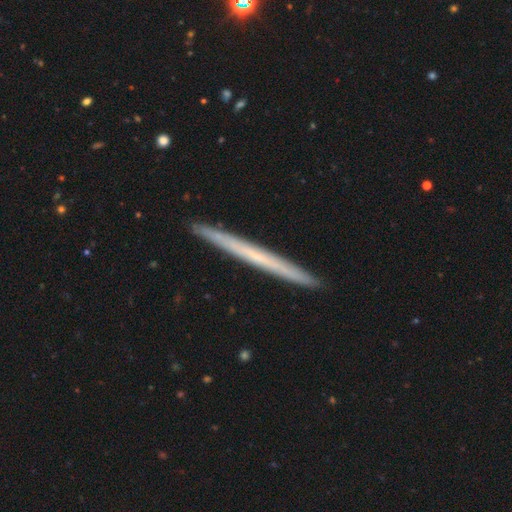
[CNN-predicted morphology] A featured or disk galaxy (56%) viewed edge-on (97%) with no central bulge (89%).

Vote fractions:
- Smooth or featured? featured or disk: 56% / smooth: 38% / star or artifact: 6%
- Edge-on disk? yes: 97% / no: 3%
- Edge-on bulge? none: 89% / rounded: 8% / boxy: 2%
- Merging? none: 92% / minor disturbance: 5% / merger: 1% / major disturbance: 1%